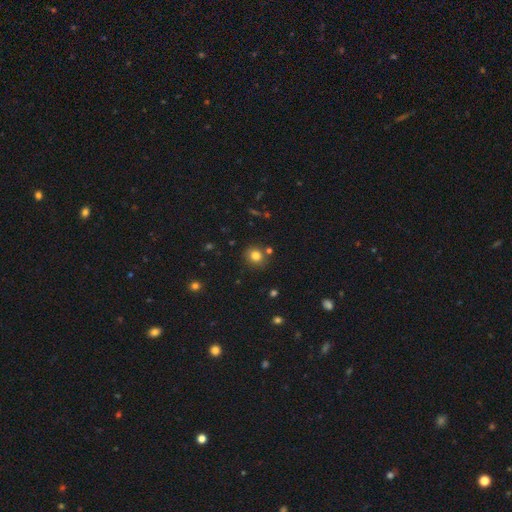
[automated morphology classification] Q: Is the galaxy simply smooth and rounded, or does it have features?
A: smooth — 80%.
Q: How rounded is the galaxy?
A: round — 77%.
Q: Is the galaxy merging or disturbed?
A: none — 80%.